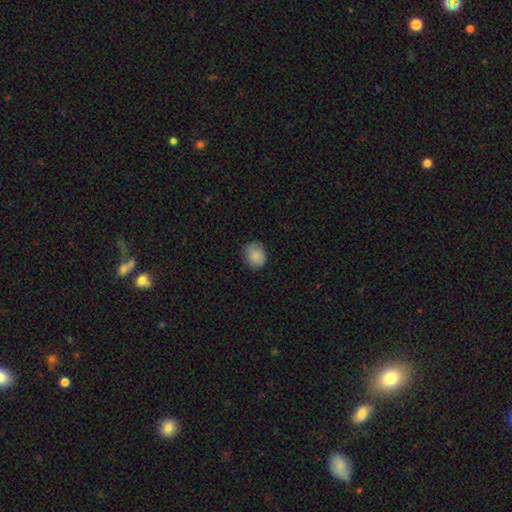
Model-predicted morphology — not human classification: smooth_or_featured: smooth (p=0.86) [alt: star or artifact p=0.08]
how_rounded: round (p=0.68) [alt: in between p=0.31]
merging: none (p=0.80) [alt: minor disturbance p=0.16]